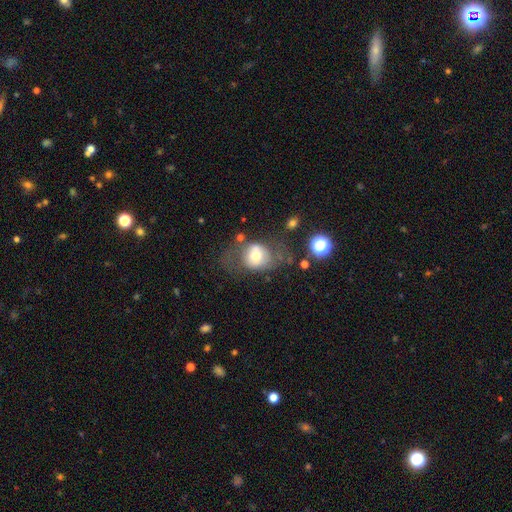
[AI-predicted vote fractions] smooth-or-featured: smooth: 59% | featured or disk: 31% | star or artifact: 10%
  how-rounded: round: 56% | in between: 43% | cigar-shaped: 1%
  merging: none: 47% | major disturbance: 25% | minor disturbance: 22% | merger: 6%